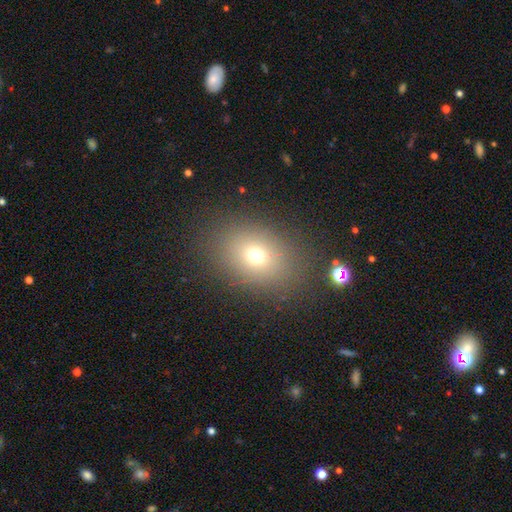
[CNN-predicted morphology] Smooth or featured? Predicted: smooth (p=0.67). How rounded? Predicted: in between (p=0.65). Merging? Predicted: none (p=0.86).